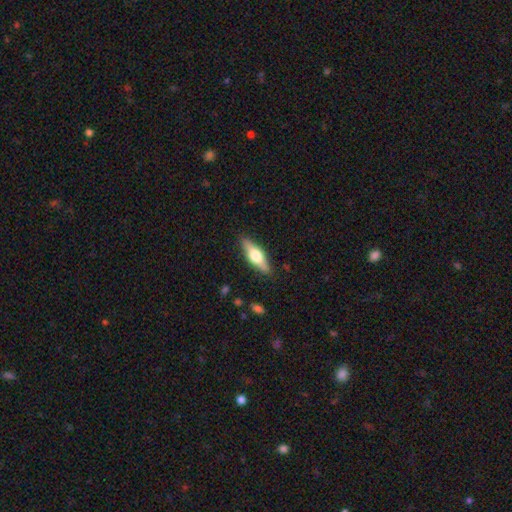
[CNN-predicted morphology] A featured or disk galaxy (53%) viewed edge-on (93%). Merging: none (87%).